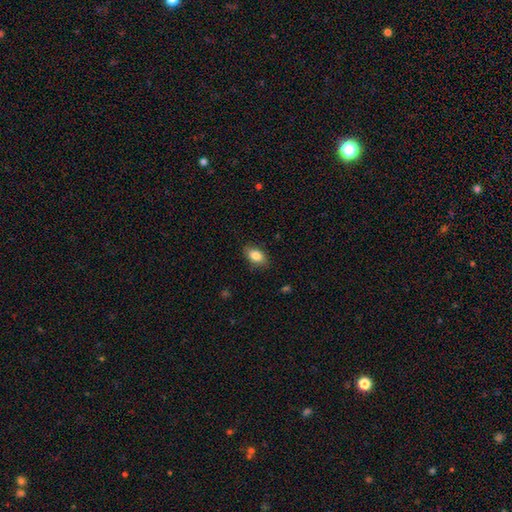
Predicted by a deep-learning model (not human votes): Smooth or featured: smooth — 84% (featured or disk — 8%)
How rounded: in between — 88% (round — 10%)
Merging: none — 85% (minor disturbance — 11%)